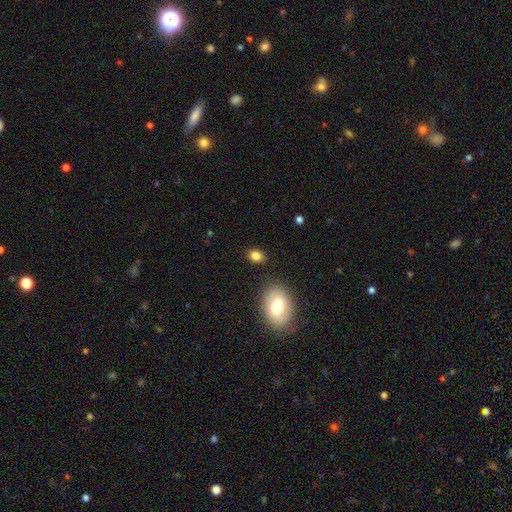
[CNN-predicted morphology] type=smooth (84%); roundness=in between (79%); merging=none (84%).